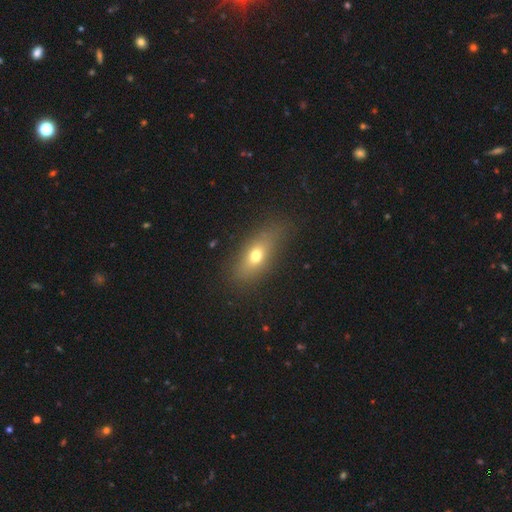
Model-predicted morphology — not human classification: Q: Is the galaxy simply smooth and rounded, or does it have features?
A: smooth — 67%.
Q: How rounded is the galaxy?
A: in between — 71%.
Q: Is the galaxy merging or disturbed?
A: none — 76%.